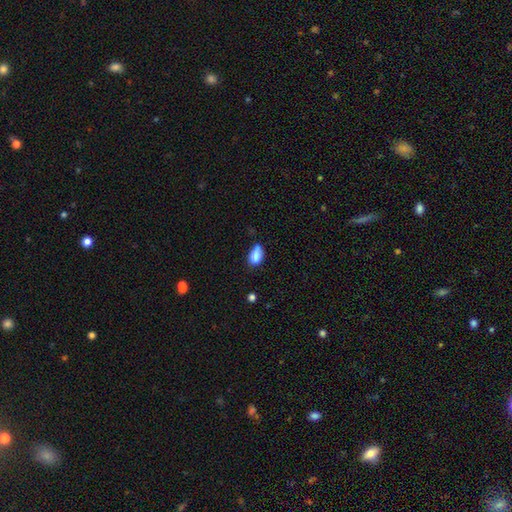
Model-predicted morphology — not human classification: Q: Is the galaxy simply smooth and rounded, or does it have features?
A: smooth — 84%.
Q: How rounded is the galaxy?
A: in between — 90%.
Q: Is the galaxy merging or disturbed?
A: none — 48%.